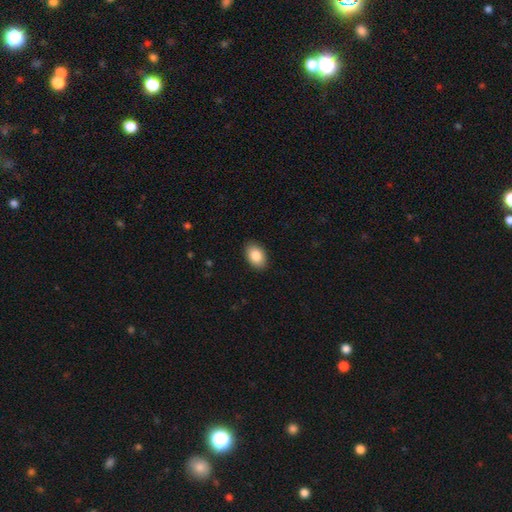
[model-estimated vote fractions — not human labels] Overall: smooth (86%). How rounded: in between (88%). Merging: none (89%).